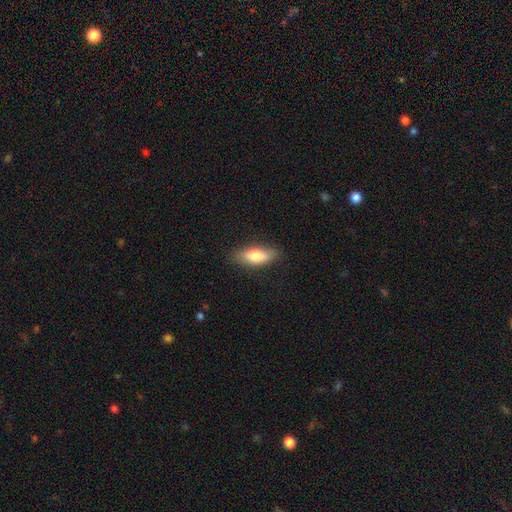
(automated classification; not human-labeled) A smooth galaxy with no disk features (75%) that is in between round and cigar-shaped (68%).

Vote fractions:
- Smooth or featured? smooth: 75% / featured or disk: 19% / star or artifact: 6%
- How rounded? in between: 68% / cigar-shaped: 29% / round: 3%
- Merging? none: 84% / minor disturbance: 12% / major disturbance: 3% / merger: 1%